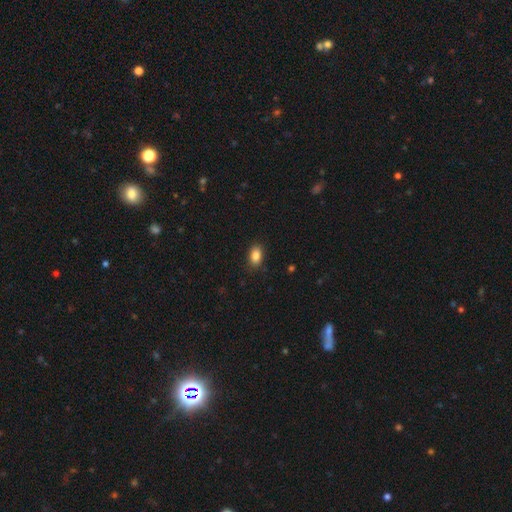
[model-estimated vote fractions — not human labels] Overall: smooth (86%). How rounded: in between (85%). Merging: none (87%).